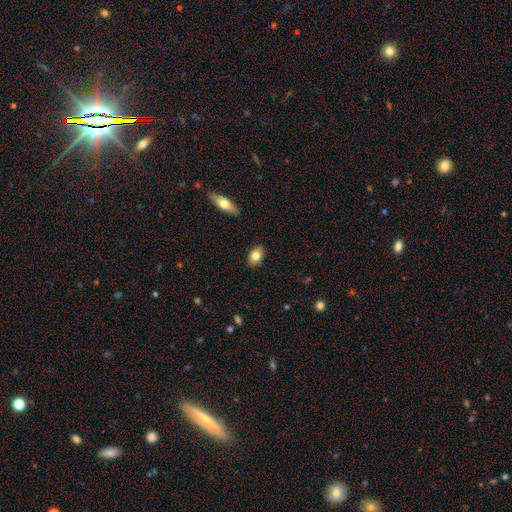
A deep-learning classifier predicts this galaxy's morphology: Q: Smooth or featured?
A: smooth (81%); runner-up: featured or disk (12%)
Q: How rounded?
A: in between (83%); runner-up: round (15%)
Q: Merging?
A: none (88%); runner-up: minor disturbance (9%)